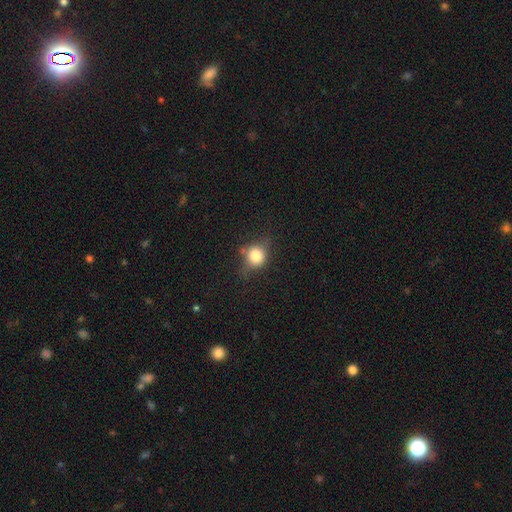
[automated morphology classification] Overall: smooth (71%). How rounded: round (72%). Merging: none (59%; minor disturbance 28%).